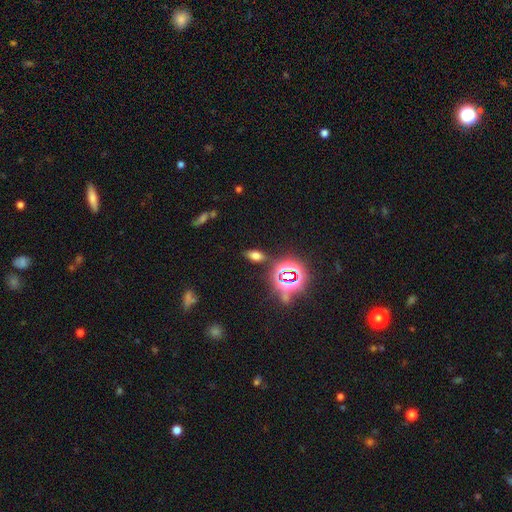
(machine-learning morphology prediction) This is possibly a smooth galaxy (55%). How rounded: clearly in between (81%). Merging: clearly none (82%).